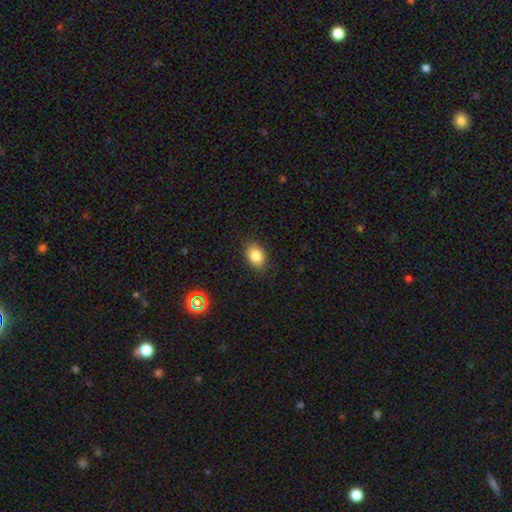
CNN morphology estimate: Q: Smooth or featured?
A: smooth (83%); runner-up: star or artifact (10%)
Q: How rounded?
A: in between (77%); runner-up: round (22%)
Q: Merging?
A: none (88%); runner-up: minor disturbance (9%)